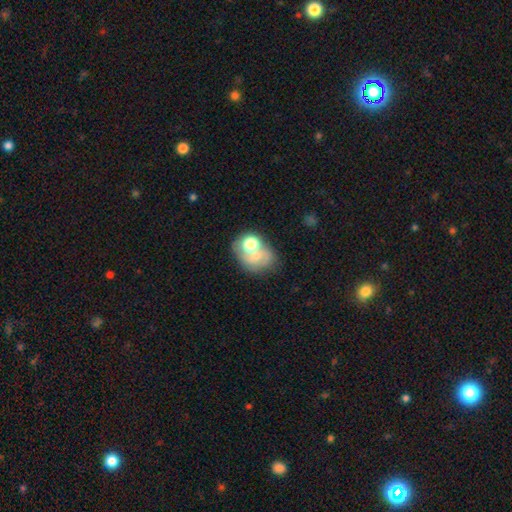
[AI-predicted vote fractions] smooth_or_featured: smooth (p=0.55) [alt: featured or disk p=0.33]
how_rounded: in between (p=0.50) [alt: round p=0.49]
merging: merger (p=0.43) [alt: none p=0.32]